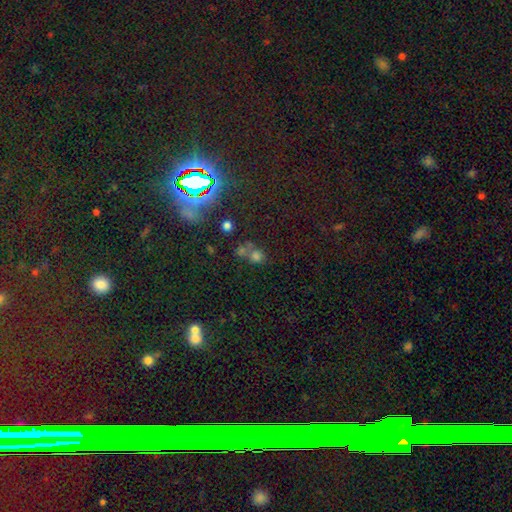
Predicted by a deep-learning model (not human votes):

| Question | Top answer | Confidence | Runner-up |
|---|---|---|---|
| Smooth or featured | smooth | 59% | star or artifact (29%) |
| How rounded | round | 74% | in between (24%) |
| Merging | merger | 42% | none (41%) |